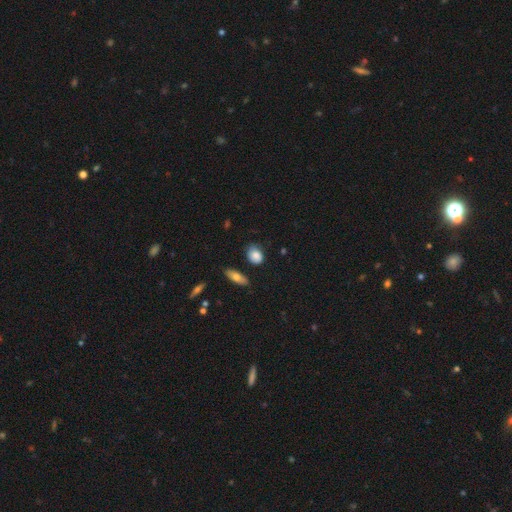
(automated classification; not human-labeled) A smooth galaxy with no disk features (82%) that is in between round and cigar-shaped (67%). Merging: none (61%).